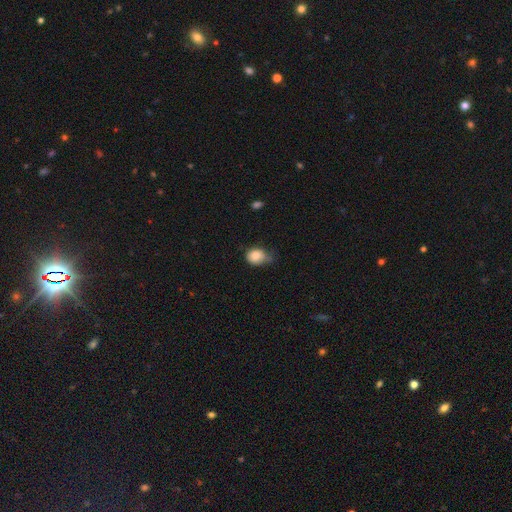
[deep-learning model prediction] This appears to be a smooth galaxy with no disk features (82%) that is round (56%). Merging: minor disturbance (45%).